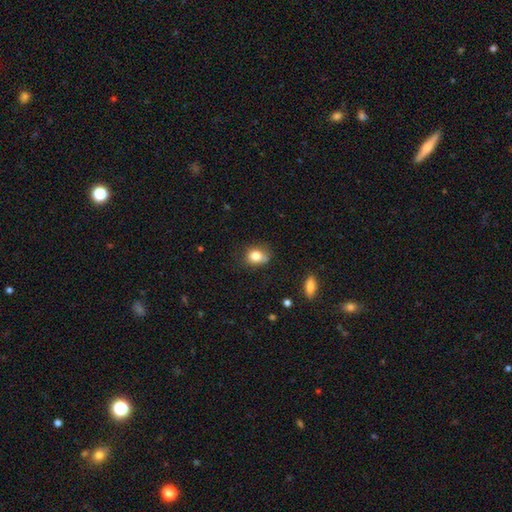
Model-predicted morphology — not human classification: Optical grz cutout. It shows a smooth galaxy with no disk features (80%) that is round (50%). Merging: none (54%).